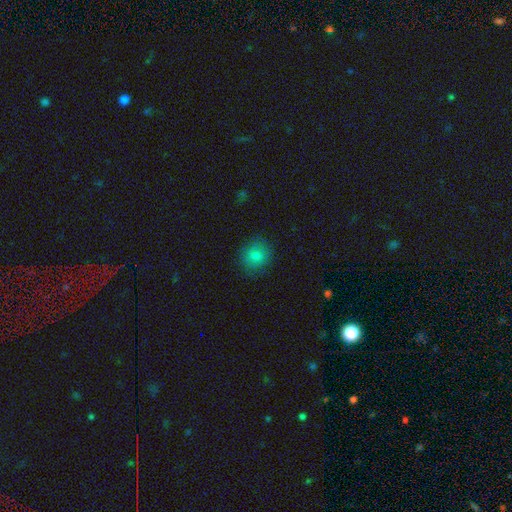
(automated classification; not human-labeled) This appears to be a smooth galaxy with no disk features (80%) that is round (86%). Merging: none (86%).